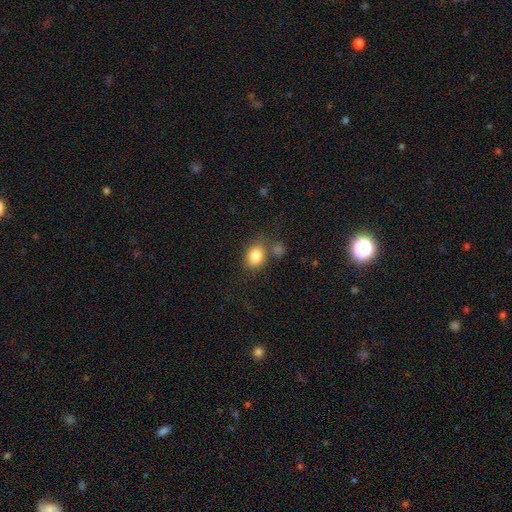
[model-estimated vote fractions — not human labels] Smooth or featured? smooth (83%)
How rounded? in between (55%)
Merging? none (66%)